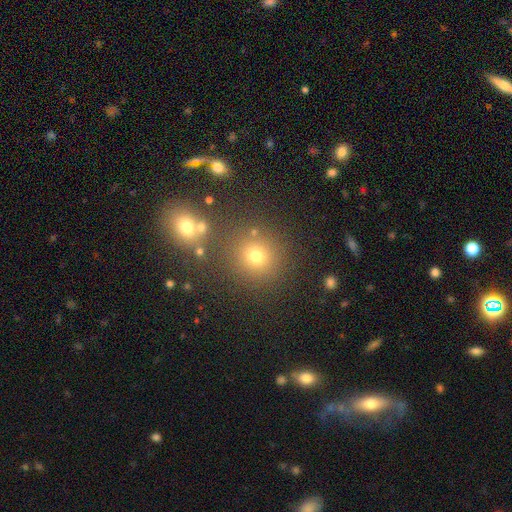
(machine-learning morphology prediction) type=smooth (72%); roundness=round (89%); merging=none (78%).